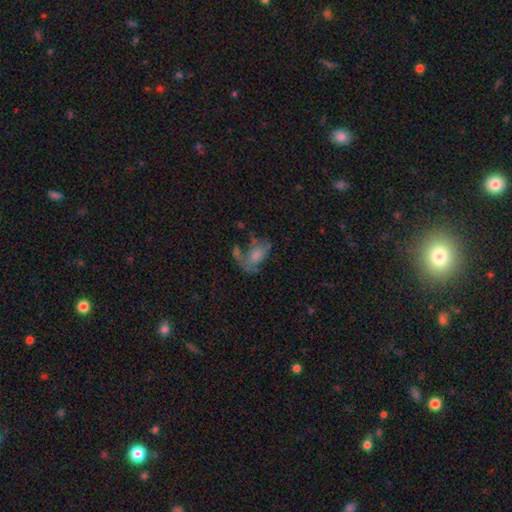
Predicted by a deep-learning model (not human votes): Morphology: type=smooth (46%); merging=major disturbance (38%).